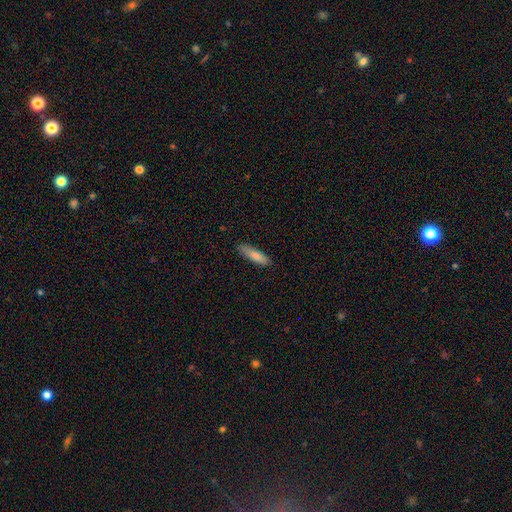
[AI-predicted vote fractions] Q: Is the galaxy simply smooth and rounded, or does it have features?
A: smooth — 83%.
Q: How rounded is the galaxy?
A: cigar-shaped — 66%.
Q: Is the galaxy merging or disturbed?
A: none — 83%.